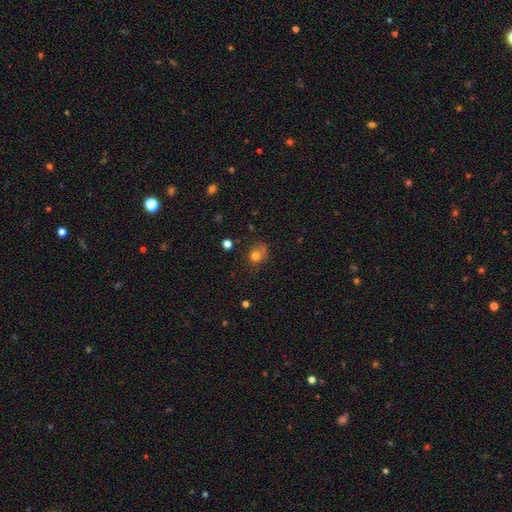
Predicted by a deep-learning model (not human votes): This is likely a smooth galaxy (75%). How rounded: likely round (72%). Merging: possibly none (50%).